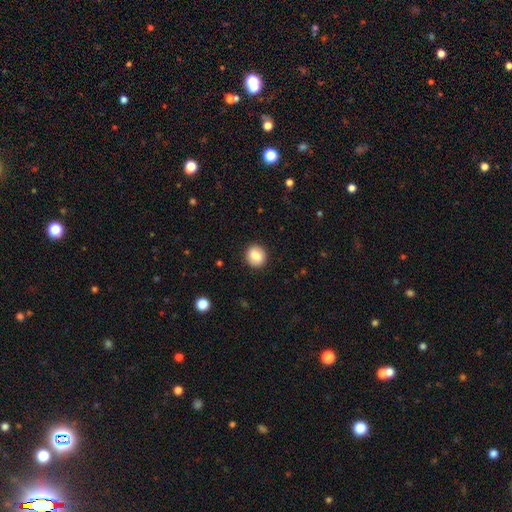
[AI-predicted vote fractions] A smooth galaxy with no disk features (82%) that is round (82%).

Vote fractions:
- Smooth or featured? smooth: 82% / featured or disk: 10% / star or artifact: 8%
- How rounded? round: 82% / in between: 17% / cigar-shaped: 1%
- Merging? none: 90% / minor disturbance: 7% / major disturbance: 2% / merger: 1%